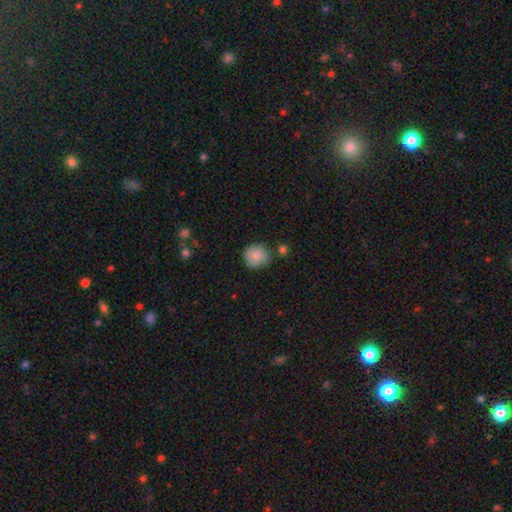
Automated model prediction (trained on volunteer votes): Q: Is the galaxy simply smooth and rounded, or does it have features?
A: smooth — 85%.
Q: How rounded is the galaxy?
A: round — 89%.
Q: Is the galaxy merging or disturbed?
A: none — 71%.